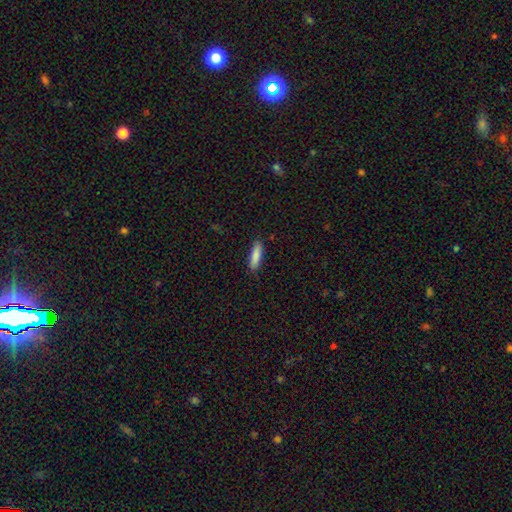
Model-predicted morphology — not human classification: Smooth or featured?
  - smooth: 86% *
  - featured or disk: 8%
  - star or artifact: 6%
How rounded?
  - cigar-shaped: 65% *
  - in between: 34%
  - round: 1%
Merging?
  - none: 88% *
  - minor disturbance: 9%
  - major disturbance: 2%
  - merger: 1%